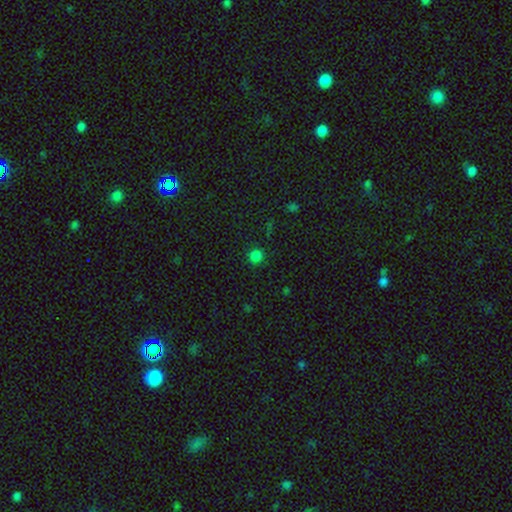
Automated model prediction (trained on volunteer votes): Smooth or featured? smooth (79%)
How rounded? round (91%)
Merging? none (88%)